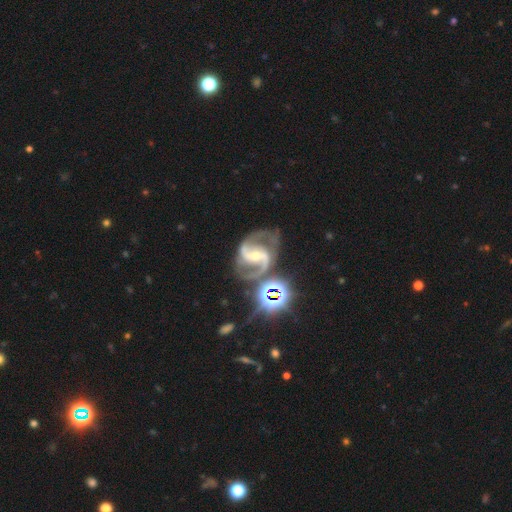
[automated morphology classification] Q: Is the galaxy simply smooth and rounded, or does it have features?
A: featured or disk — 89%.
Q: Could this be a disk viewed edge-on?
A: no — 98%.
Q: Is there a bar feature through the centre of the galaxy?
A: strong — 46%.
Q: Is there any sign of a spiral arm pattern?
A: yes — 98%.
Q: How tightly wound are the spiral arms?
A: medium — 62%.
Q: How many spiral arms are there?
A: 2 — 91%.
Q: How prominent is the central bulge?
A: small — 51%.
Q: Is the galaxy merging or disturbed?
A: none — 64%.